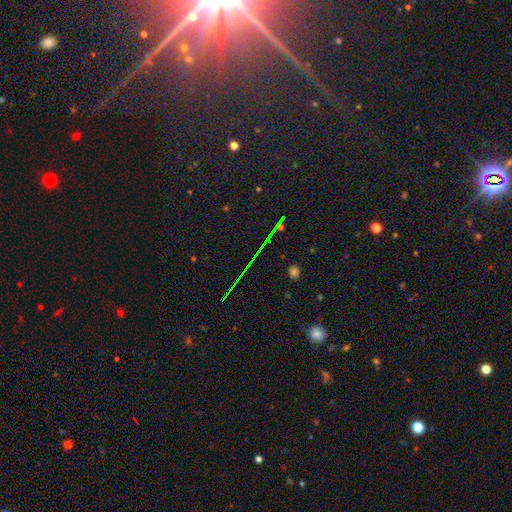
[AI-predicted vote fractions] Morphology: type=star or artifact (82%).